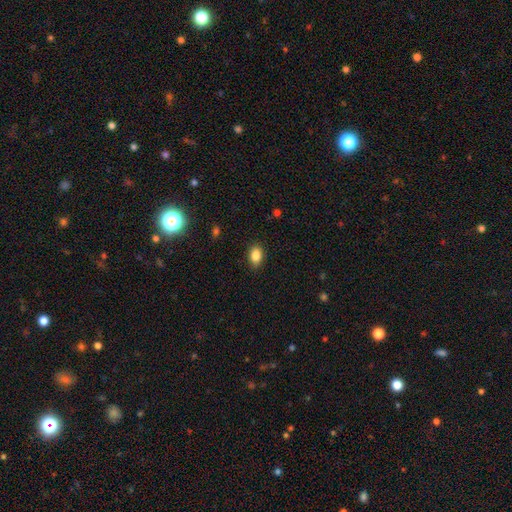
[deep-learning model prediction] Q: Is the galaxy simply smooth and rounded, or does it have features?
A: smooth — 86%.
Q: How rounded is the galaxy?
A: in between — 82%.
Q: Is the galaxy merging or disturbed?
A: none — 88%.